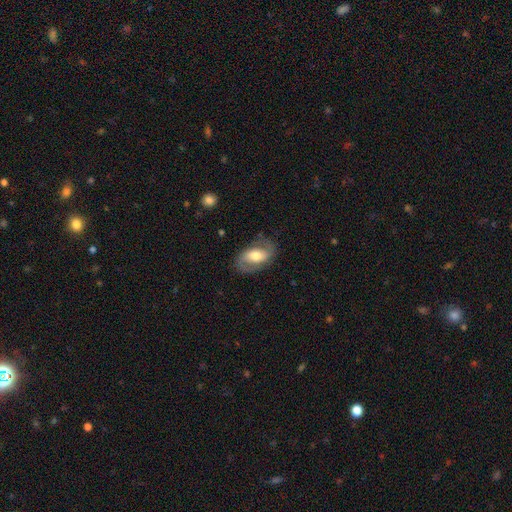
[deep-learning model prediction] Smooth or featured? Predicted: featured or disk (p=0.70). Edge-on disk? Predicted: no (p=0.95). Bar? Predicted: weak (p=0.39). Spiral arms? Predicted: yes (p=0.85). Spiral winding? Predicted: medium (p=0.46). Spiral arm count? Predicted: 2 (p=0.88). Bulge size? Predicted: moderate (p=0.62). Merging? Predicted: none (p=0.75).